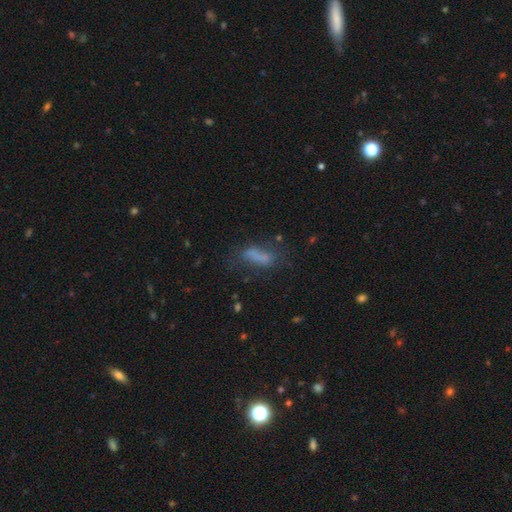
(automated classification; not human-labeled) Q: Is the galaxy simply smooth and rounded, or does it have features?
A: smooth — 60%.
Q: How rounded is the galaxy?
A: in between — 60%.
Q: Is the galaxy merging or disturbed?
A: none — 46%.